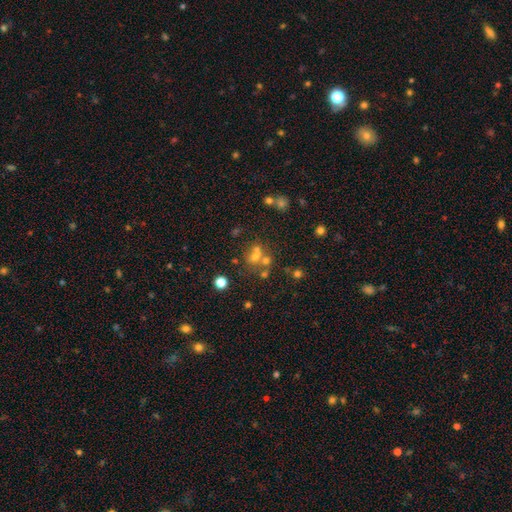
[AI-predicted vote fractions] This appears to be a smooth galaxy with no disk features (45%). Merging: none (45%).